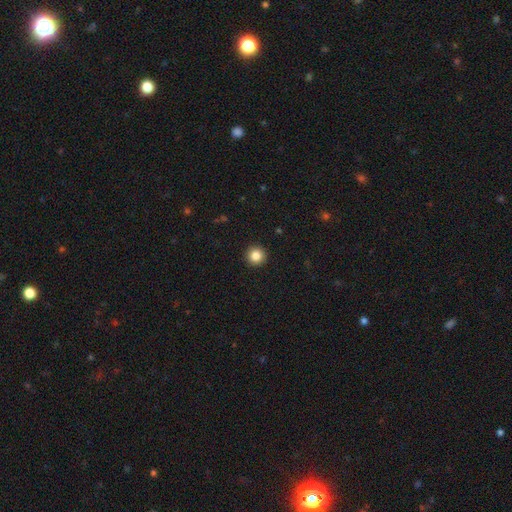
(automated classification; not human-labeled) This is clearly a smooth galaxy (86%). How rounded: clearly round (96%). Merging: clearly none (93%).